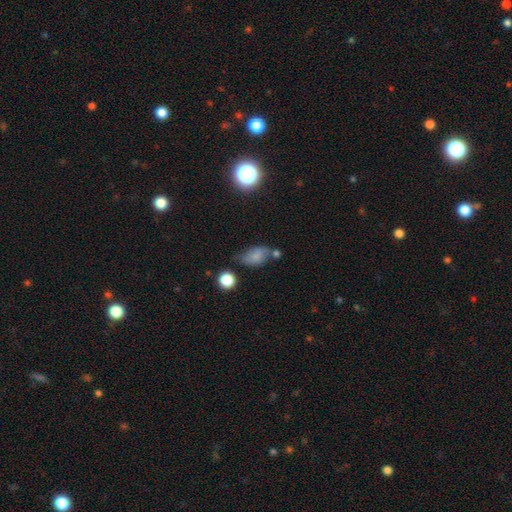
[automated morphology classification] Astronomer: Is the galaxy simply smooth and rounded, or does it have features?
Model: smooth — 71%.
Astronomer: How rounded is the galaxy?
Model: in between — 86%.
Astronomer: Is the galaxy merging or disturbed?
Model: none — 44% (runner-up: minor disturbance, 30%).